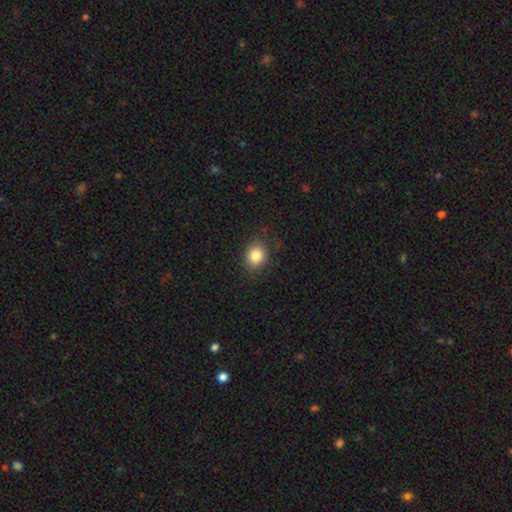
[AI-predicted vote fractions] smooth 83%, star or artifact 10%, featured or disk 7%. Down the decision tree: how rounded — round (58%); merging — none (84%).